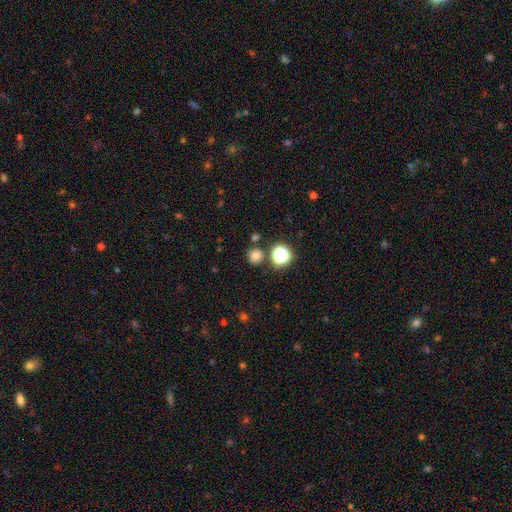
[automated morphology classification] A smooth galaxy with no disk features (75%) that is round (89%). Merging: none (81%).